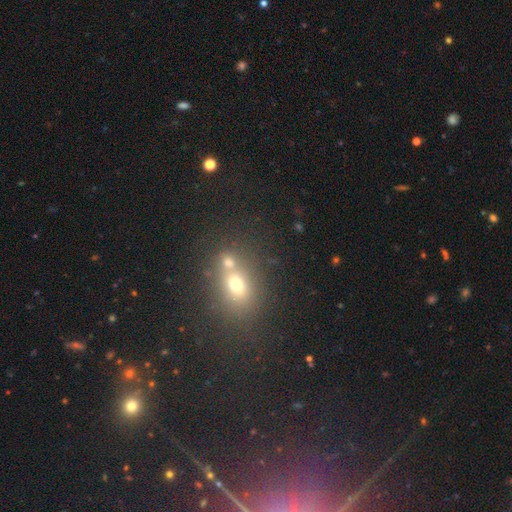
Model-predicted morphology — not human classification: Q: Smooth or featured?
A: star or artifact (44%); runner-up: smooth (41%)